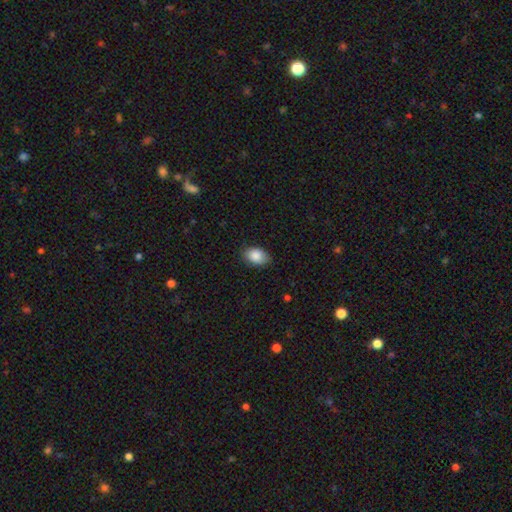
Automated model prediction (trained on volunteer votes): Smooth or featured? Predicted: smooth (p=0.88). How rounded? Predicted: in between (p=0.83). Merging? Predicted: none (p=0.85).